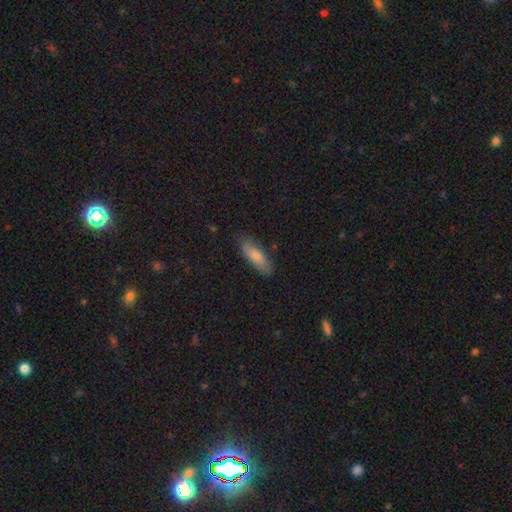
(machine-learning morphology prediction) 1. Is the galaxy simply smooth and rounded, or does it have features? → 79% smooth, 16% featured or disk, 6% star or artifact.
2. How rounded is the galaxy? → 54% in between, 44% cigar-shaped, 2% round.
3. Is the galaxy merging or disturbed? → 80% none, 15% minor disturbance, 3% major disturbance, 1% merger.